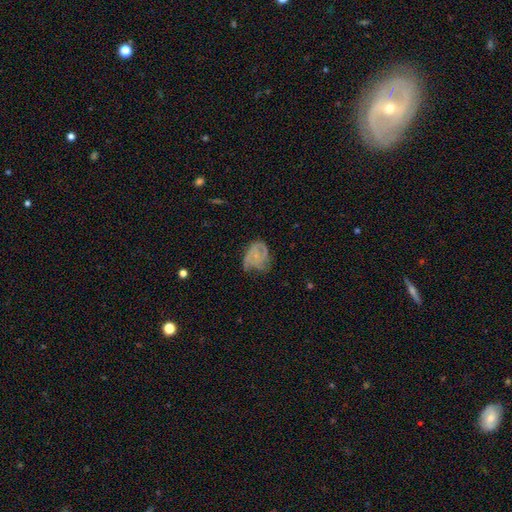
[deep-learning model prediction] The model was most divided on "merging": none: 39%, minor disturbance: 33%, major disturbance: 26%, merger: 3%. More confident: edge-on disk — no (98%); bar — no (78%); spiral arms — yes (75%); bulge size — small (64%); smooth or featured — featured or disk (59%).